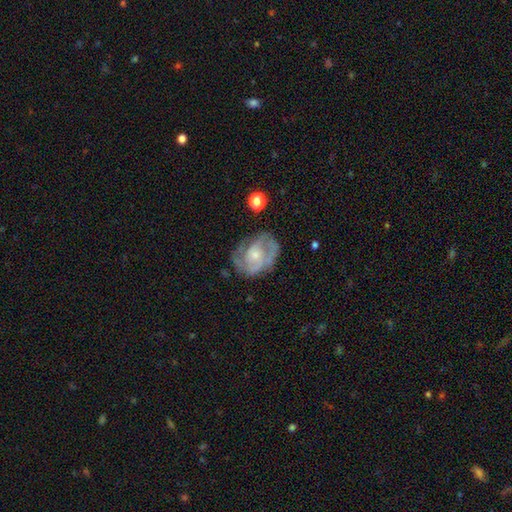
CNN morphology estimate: The model was most divided on "spiral winding": medium: 44%, tight: 40%, loose: 16%. Remaining: edge-on disk — no (98%); spiral arms — yes (86%); smooth or featured — featured or disk (77%); bar — no (71%); merging — none (59%); bulge size — small (55%); spiral arm count — 2 (45%).